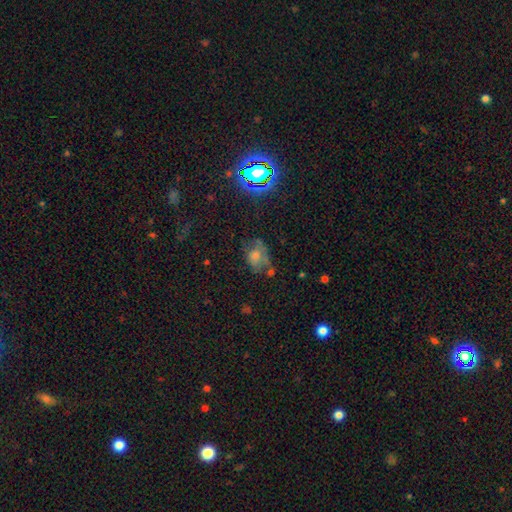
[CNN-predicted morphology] Smooth or featured: smooth — 43% (star or artifact — 30%)
Merging: none — 52% (minor disturbance — 26%)